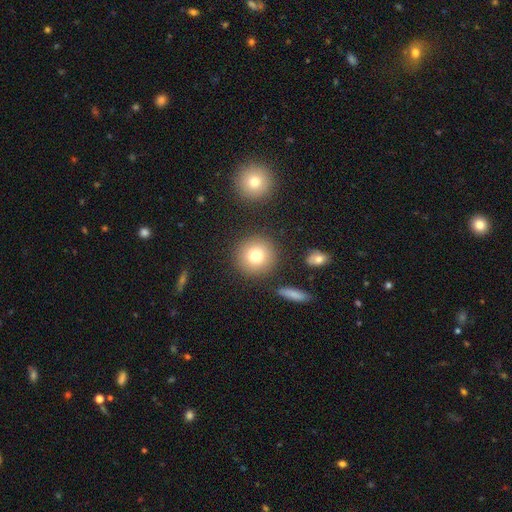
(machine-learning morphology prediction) This appears to be a smooth galaxy with no disk features (79%) that is round (94%). Merging: none (87%).